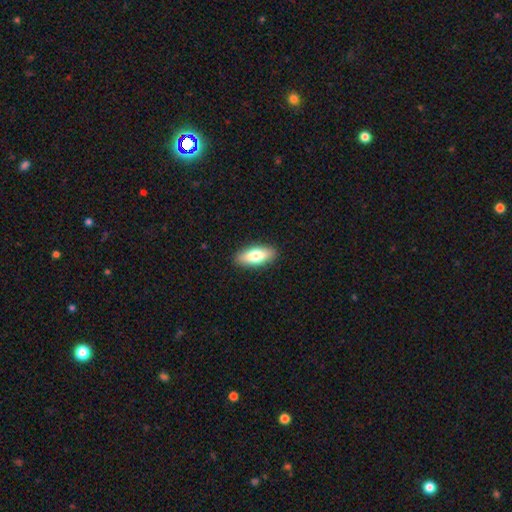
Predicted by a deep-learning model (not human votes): smooth_or_featured: smooth (p=0.75) [alt: featured or disk p=0.18]
how_rounded: in between (p=0.78) [alt: cigar-shaped p=0.20]
merging: none (p=0.89) [alt: minor disturbance p=0.08]